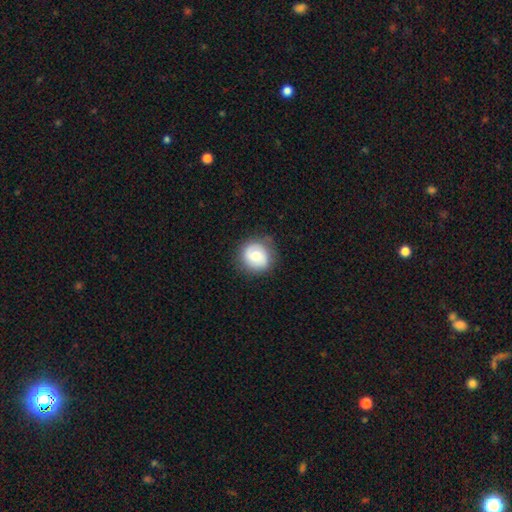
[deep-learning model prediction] smooth 60%, featured or disk 33%, star or artifact 7%. Down the decision tree: how rounded — round (86%); merging — none (79%).